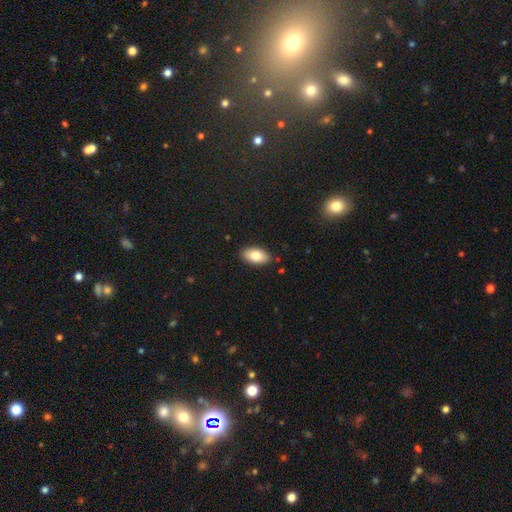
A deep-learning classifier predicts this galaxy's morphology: Smooth or featured? smooth (81%)
How rounded? in between (94%)
Merging? none (87%)